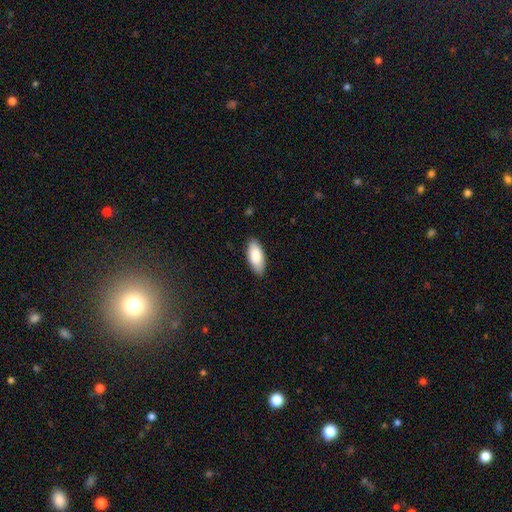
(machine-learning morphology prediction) A smooth galaxy with no disk features (86%) that is in between round and cigar-shaped (87%). Merging: none (87%).